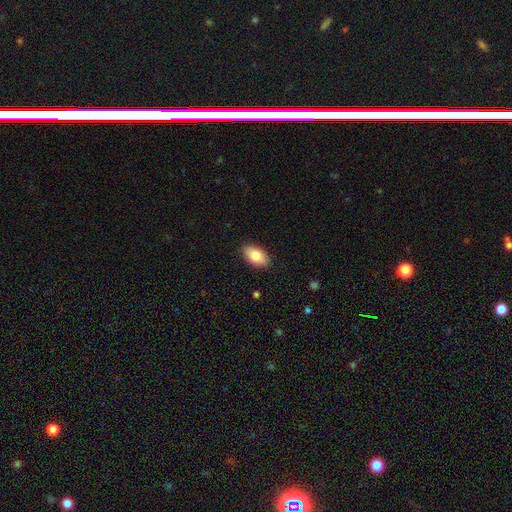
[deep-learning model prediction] Smooth or featured?
  - smooth: 83% *
  - featured or disk: 11%
  - star or artifact: 7%
How rounded?
  - in between: 94% *
  - round: 4%
  - cigar-shaped: 2%
Merging?
  - none: 88% *
  - minor disturbance: 9%
  - major disturbance: 2%
  - merger: 1%